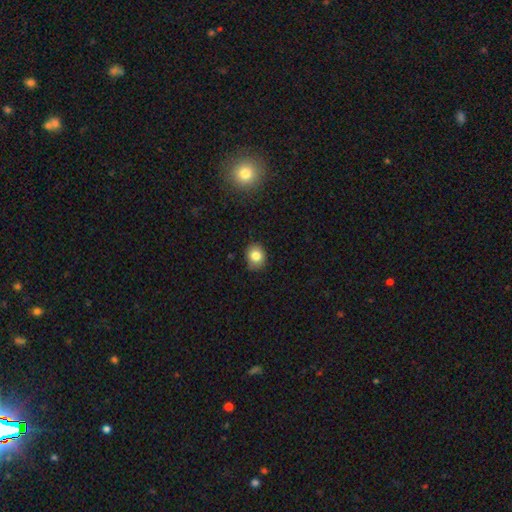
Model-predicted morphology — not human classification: smooth-or-featured: smooth: 81% | star or artifact: 11% | featured or disk: 8%
  how-rounded: round: 61% | in between: 38% | cigar-shaped: 1%
  merging: none: 80% | minor disturbance: 16% | major disturbance: 3% | merger: 1%